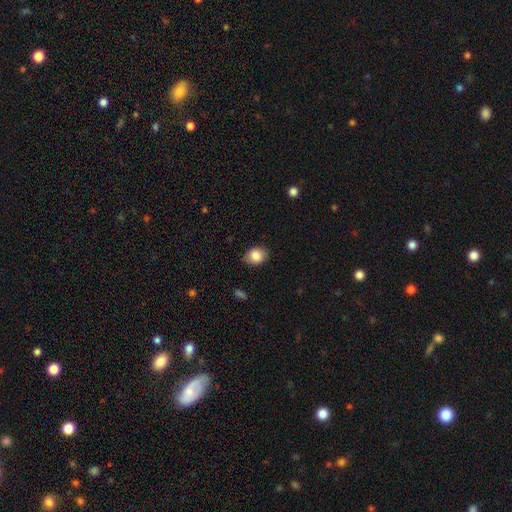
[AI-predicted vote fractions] smooth_or_featured: smooth (p=0.85) [alt: star or artifact p=0.08]
how_rounded: in between (p=0.57) [alt: round p=0.42]
merging: none (p=0.84) [alt: minor disturbance p=0.13]